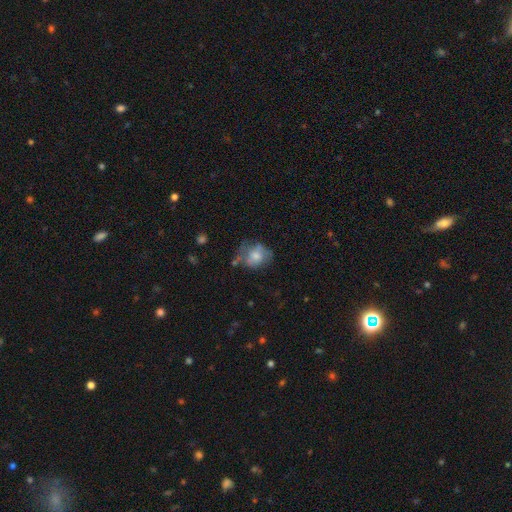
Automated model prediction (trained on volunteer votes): Smooth or featured? smooth (60%)
How rounded? round (57%)
Merging? none (42%)